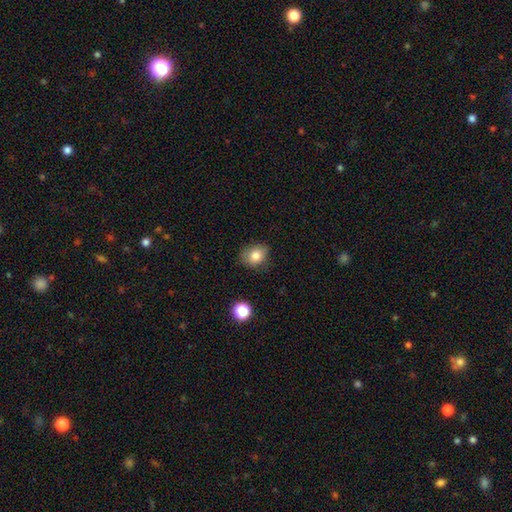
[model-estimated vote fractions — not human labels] Smooth or featured? Predicted: smooth (p=0.80). How rounded? Predicted: round (p=0.52). Merging? Predicted: none (p=0.75).